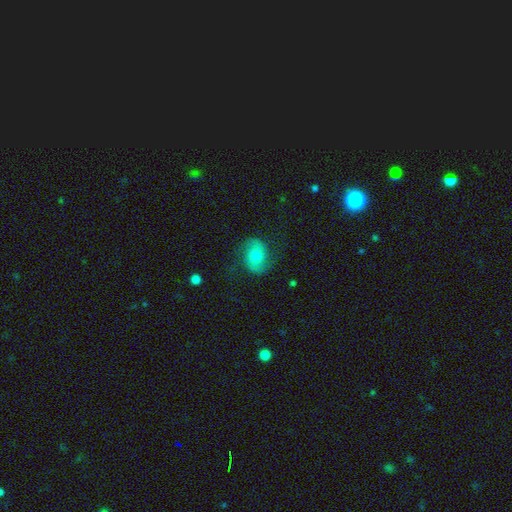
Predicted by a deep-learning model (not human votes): Overall: featured or disk (57%; smooth 35%). Edge-on disk: no (97%). Bar: no (59%; weak 32%). Spiral arms: yes (89%). Bulge size: moderate (64%). Merging: none (72%).